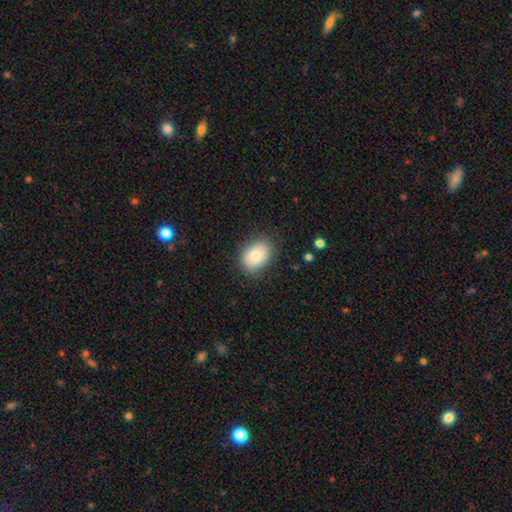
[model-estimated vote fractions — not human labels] A smooth galaxy with no disk features (81%) that is in between round and cigar-shaped (74%).

Vote fractions:
- Smooth or featured? smooth: 81% / featured or disk: 11% / star or artifact: 8%
- How rounded? in between: 74% / round: 25% / cigar-shaped: 1%
- Merging? none: 84% / minor disturbance: 12% / major disturbance: 3% / merger: 1%